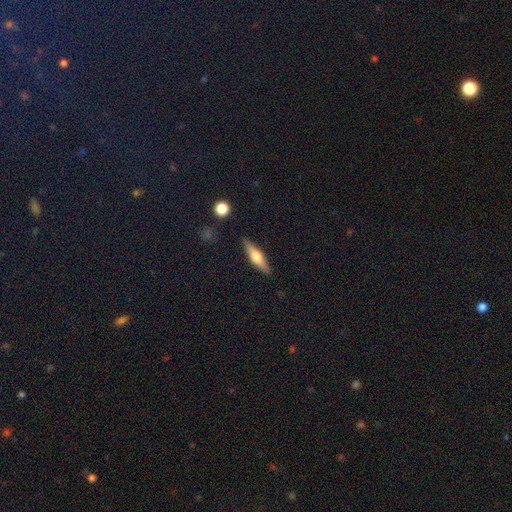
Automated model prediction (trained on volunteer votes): Overall: smooth (52%; featured or disk 42%). How rounded: cigar-shaped (68%; in between 30%). Merging: none (87%).